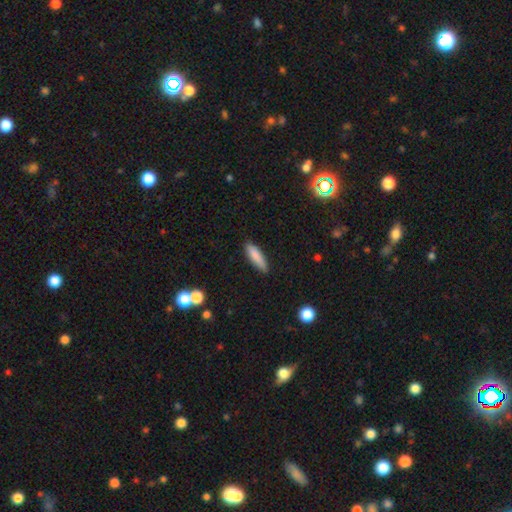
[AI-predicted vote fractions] This appears to be a smooth galaxy with no disk features (85%) that is cigar-shaped (64%). Merging: none (84%).